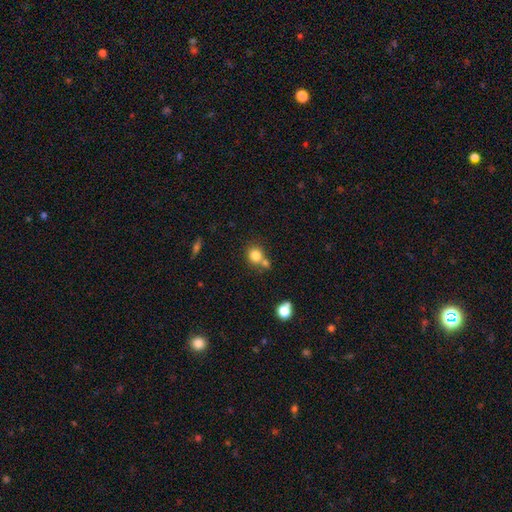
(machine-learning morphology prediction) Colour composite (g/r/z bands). It shows a smooth galaxy with no disk features (81%) that is round (82%). Merging: none (53%).